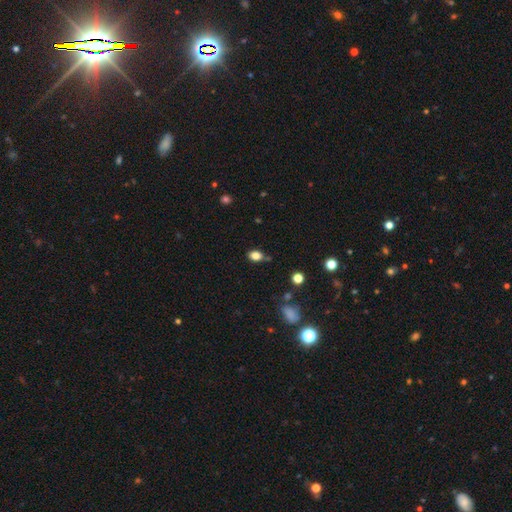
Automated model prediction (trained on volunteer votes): Morphology: type=smooth (81%); roundness=in between (71%); merging=none (71%).